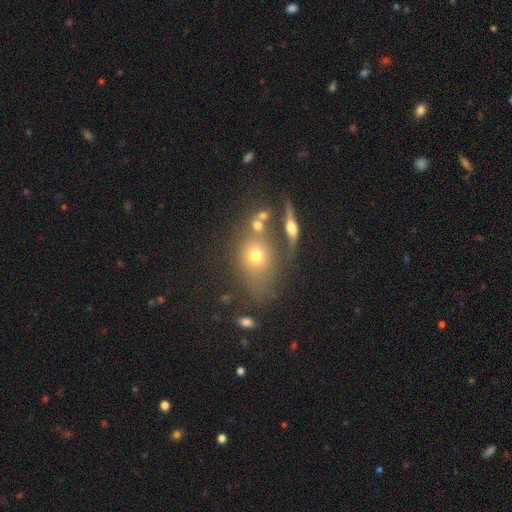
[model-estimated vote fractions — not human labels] Smooth or featured? Predicted: smooth (p=0.63). How rounded? Predicted: in between (p=0.48, tied with round). Merging? Predicted: none (p=0.51).